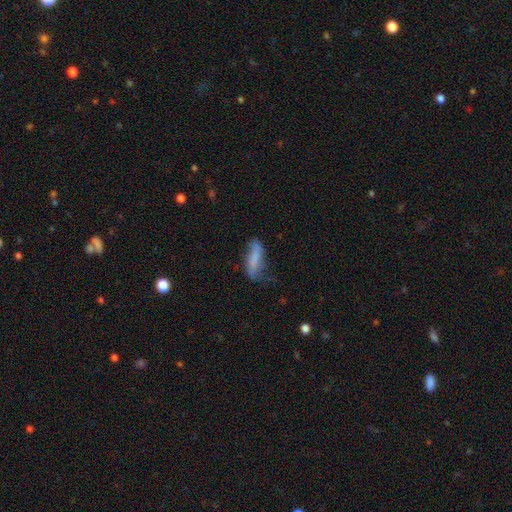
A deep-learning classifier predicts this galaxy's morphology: Q: Smooth or featured?
A: smooth (64%); runner-up: featured or disk (27%)
Q: How rounded?
A: cigar-shaped (49%); runner-up: in between (48%)
Q: Merging?
A: none (50%); runner-up: minor disturbance (32%)